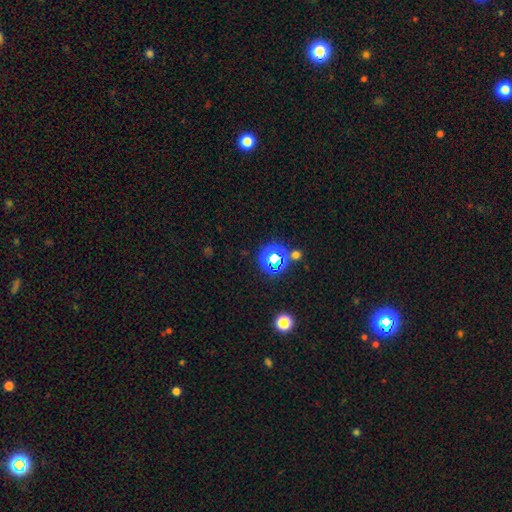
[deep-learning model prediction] A star or artifact, not a galaxy (52%).

Vote fractions:
- Smooth or featured? star or artifact: 52% / smooth: 41% / featured or disk: 7%